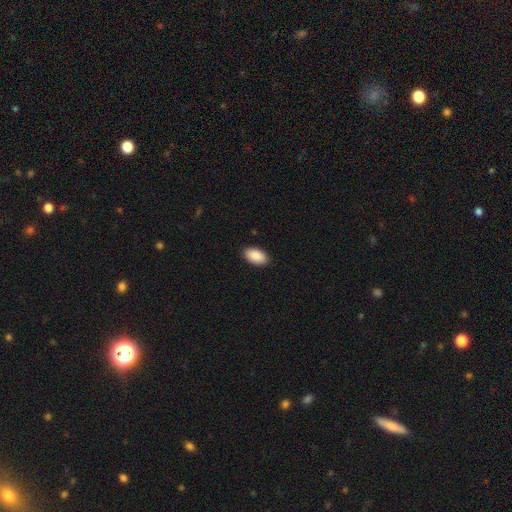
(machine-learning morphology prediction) type=smooth (90%); roundness=in between (95%); merging=none (90%).